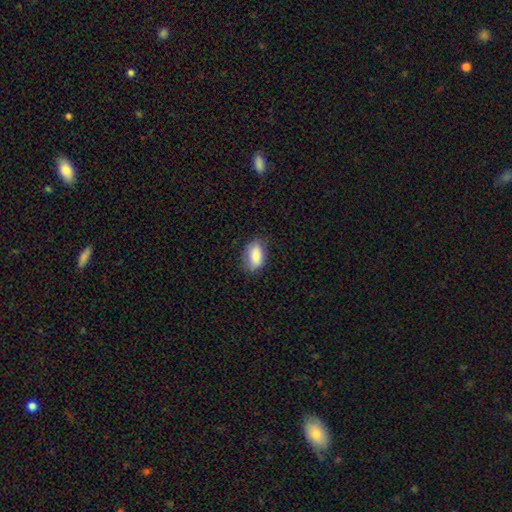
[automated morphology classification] A smooth galaxy with no disk features (85%) that is in between round and cigar-shaped (90%).

Vote fractions:
- Smooth or featured? smooth: 85% / featured or disk: 8% / star or artifact: 7%
- How rounded? in between: 90% / round: 7% / cigar-shaped: 2%
- Merging? none: 77% / minor disturbance: 18% / major disturbance: 4% / merger: 1%